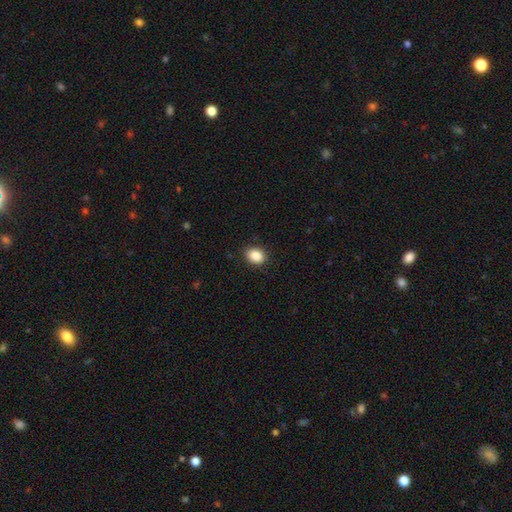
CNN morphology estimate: Smooth or featured? smooth (87%)
How rounded? in between (58%)
Merging? none (89%)